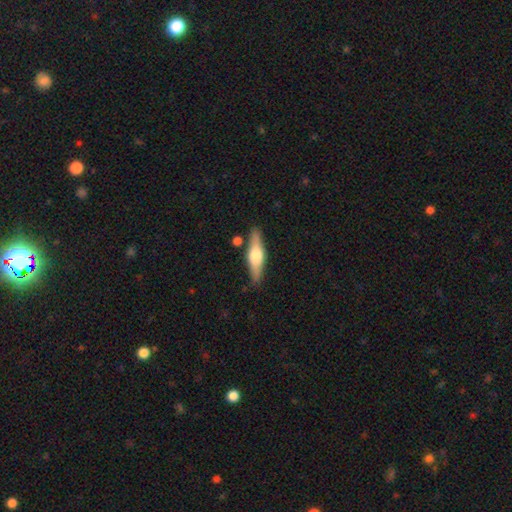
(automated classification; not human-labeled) This appears to be a featured or disk galaxy (52%) viewed edge-on (92%). Merging: none (82%).